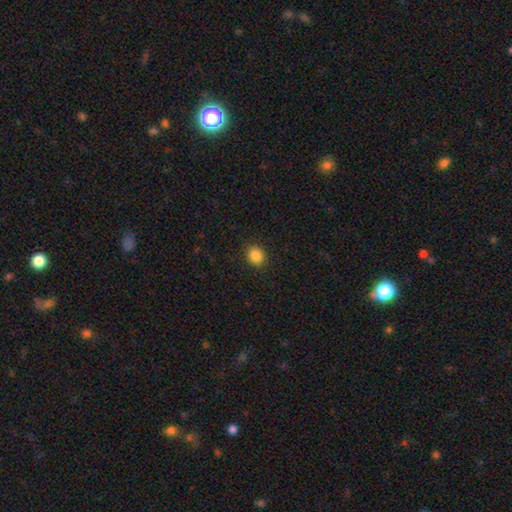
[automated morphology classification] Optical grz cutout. It shows a smooth galaxy with no disk features (86%) that is round (75%). Merging: none (90%).